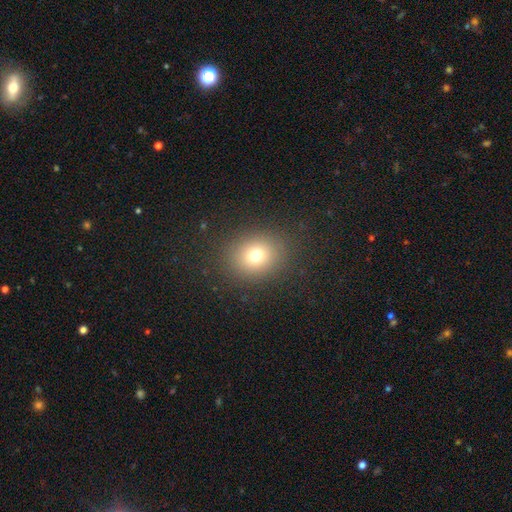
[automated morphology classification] The model was most divided on "how rounded": round: 68%, in between: 31%, cigar-shaped: 1%. More confident: merging — none (87%); smooth or featured — smooth (73%).